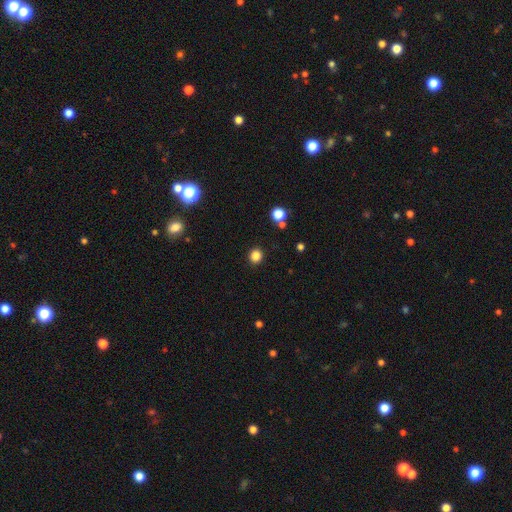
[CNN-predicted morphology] A smooth galaxy with no disk features (84%) that is round (84%).

Vote fractions:
- Smooth or featured? smooth: 84% / star or artifact: 12% / featured or disk: 3%
- How rounded? round: 84% / in between: 15% / cigar-shaped: 1%
- Merging? none: 91% / minor disturbance: 6% / major disturbance: 2% / merger: 2%